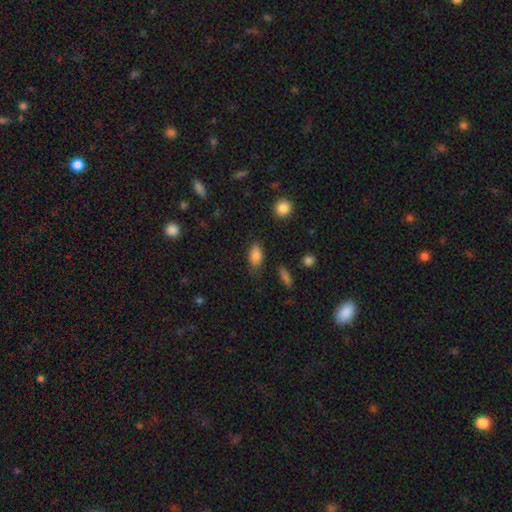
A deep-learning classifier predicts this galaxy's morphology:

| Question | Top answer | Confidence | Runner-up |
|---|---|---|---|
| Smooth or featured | smooth | 84% | star or artifact (9%) |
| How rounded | in between | 89% | round (6%) |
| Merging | none | 72% | minor disturbance (20%) |